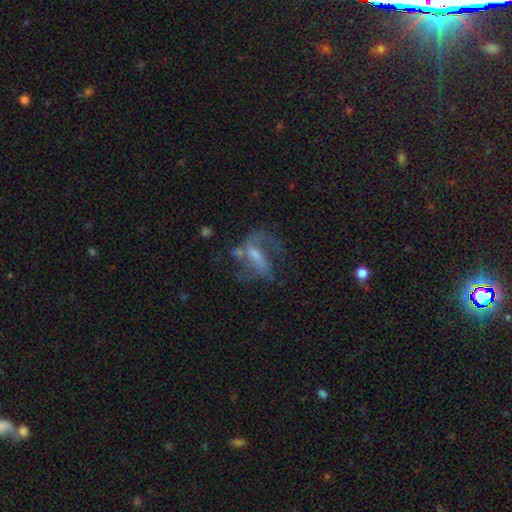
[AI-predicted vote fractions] Smooth or featured?
  - featured or disk: 77% *
  - smooth: 13%
  - star or artifact: 9%
Edge-on disk?
  - no: 96% *
  - yes: 4%
Bar?
  - weak: 48% *
  - strong: 28%
  - no: 24%
Spiral arms?
  - yes: 85% *
  - no: 15%
Spiral winding?
  - loose: 57% *
  - medium: 35%
  - tight: 9%
Spiral arm count?
  - 2: 58% *
  - 1: 24%
  - can't tell: 10%
  - 3: 5%
  - 4: 2%
  - more than 4: 2%
Bulge size?
  - small: 41% *
  - moderate: 39%
  - none: 14%
  - large: 5%
  - dominant: 1%
Merging?
  - none: 41% *
  - major disturbance: 34%
  - minor disturbance: 17%
  - merger: 8%